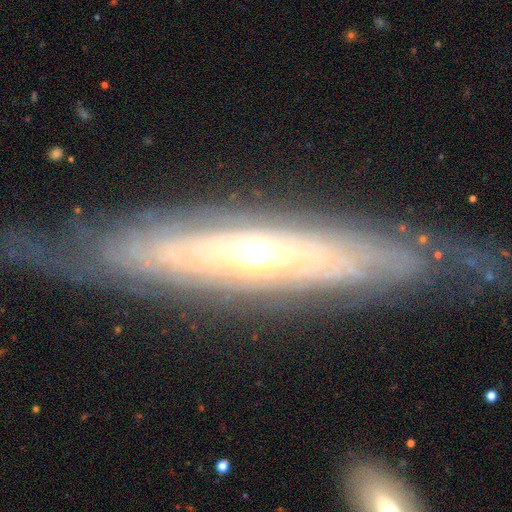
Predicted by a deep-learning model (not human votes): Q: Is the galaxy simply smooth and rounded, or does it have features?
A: featured or disk — 82%.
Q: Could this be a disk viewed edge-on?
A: no — 53%.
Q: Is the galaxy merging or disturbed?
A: none — 73%.